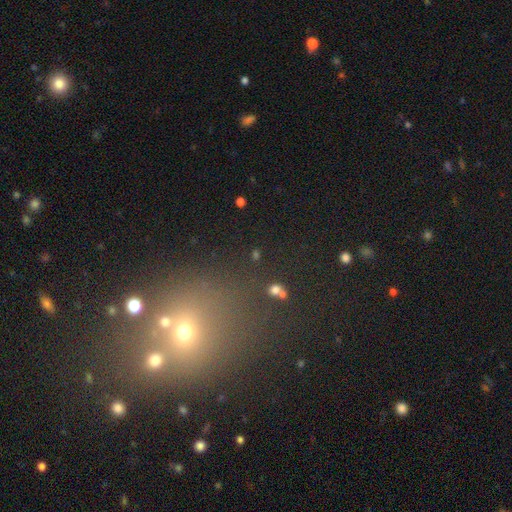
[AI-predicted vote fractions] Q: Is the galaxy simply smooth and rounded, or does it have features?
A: star or artifact — 45%.